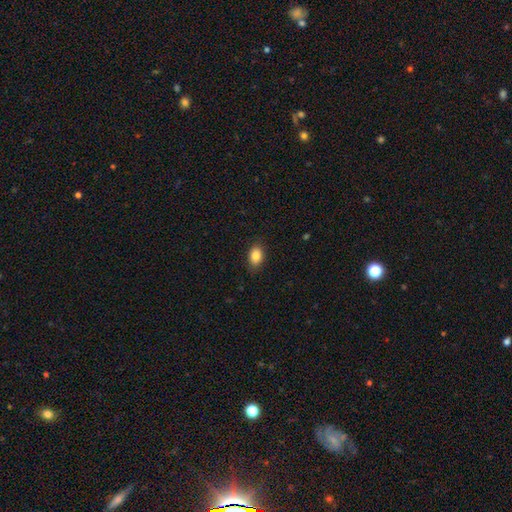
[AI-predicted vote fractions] Smooth or featured? Predicted: smooth (p=0.87). How rounded? Predicted: in between (p=0.85). Merging? Predicted: none (p=0.85).